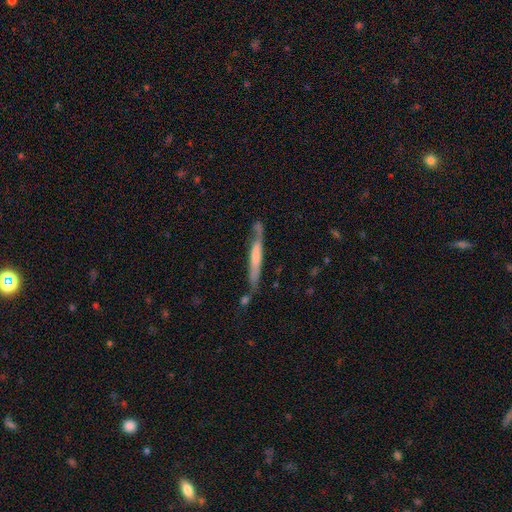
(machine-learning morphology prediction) Smooth or featured? featured or disk (61%)
Edge-on disk? yes (94%)
Edge-on bulge? rounded (51%)
Merging? none (80%)